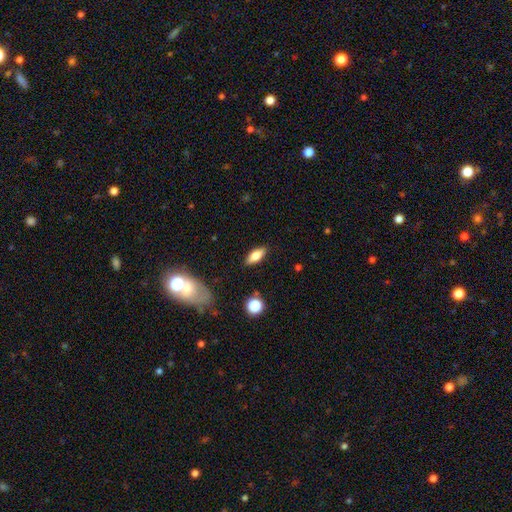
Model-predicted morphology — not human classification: Smooth or featured? Predicted: smooth (p=0.69). How rounded? Predicted: in between (p=0.76). Merging? Predicted: none (p=0.86).